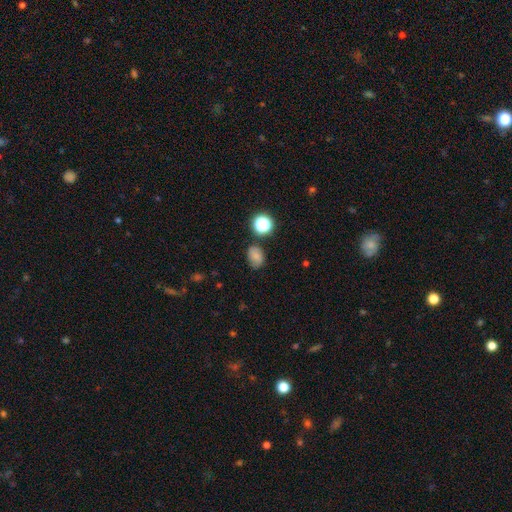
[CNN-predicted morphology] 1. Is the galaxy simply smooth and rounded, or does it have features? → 73% smooth, 16% star or artifact, 11% featured or disk.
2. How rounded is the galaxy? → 64% in between, 34% round, 1% cigar-shaped.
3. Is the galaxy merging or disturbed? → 73% none, 19% minor disturbance, 5% major disturbance, 4% merger.